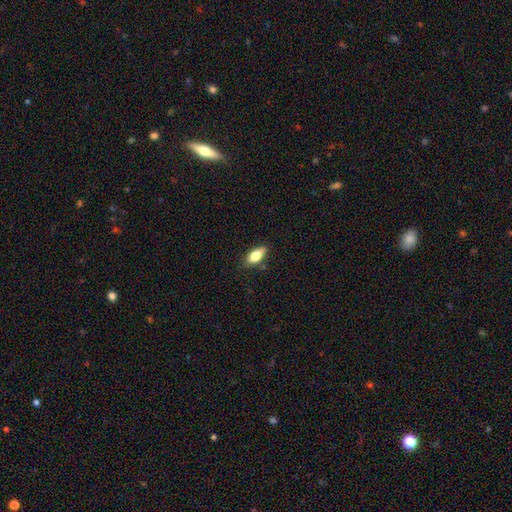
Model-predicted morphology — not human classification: Overall: smooth (73%). How rounded: in between (83%). Merging: none (83%).